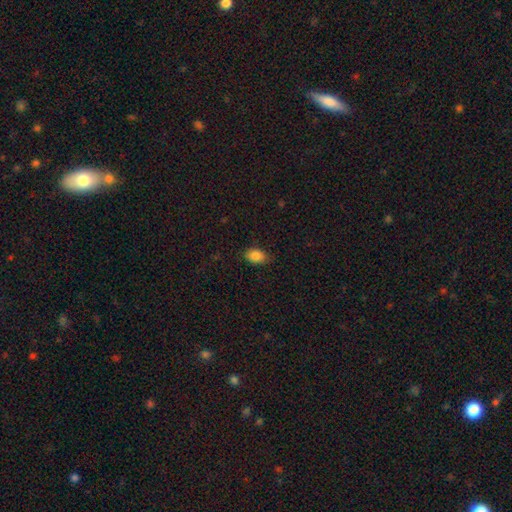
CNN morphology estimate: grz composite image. It shows a smooth galaxy with no disk features (86%) that is in between round and cigar-shaped (84%). Merging: none (82%).